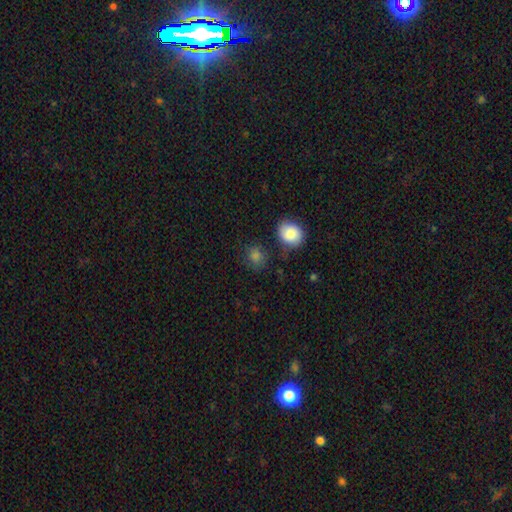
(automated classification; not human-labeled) smooth-or-featured: smooth: 81% | star or artifact: 13% | featured or disk: 6%
  how-rounded: round: 71% | in between: 27% | cigar-shaped: 1%
  merging: none: 73% | minor disturbance: 16% | merger: 6% | major disturbance: 5%